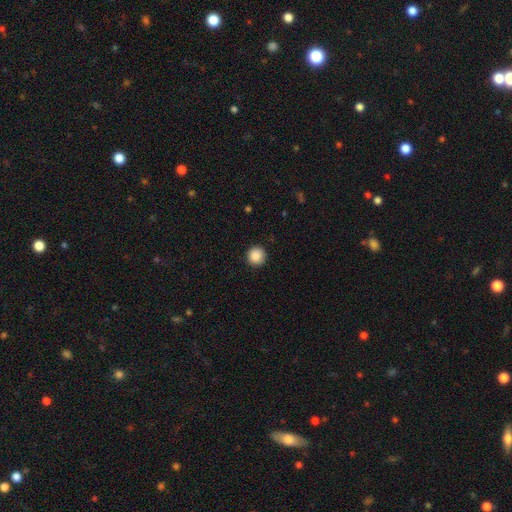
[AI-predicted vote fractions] smooth-or-featured: smooth: 88% | star or artifact: 9% | featured or disk: 3%
  how-rounded: round: 95% | in between: 4% | cigar-shaped: 1%
  merging: none: 92% | minor disturbance: 6% | major disturbance: 2% | merger: 1%